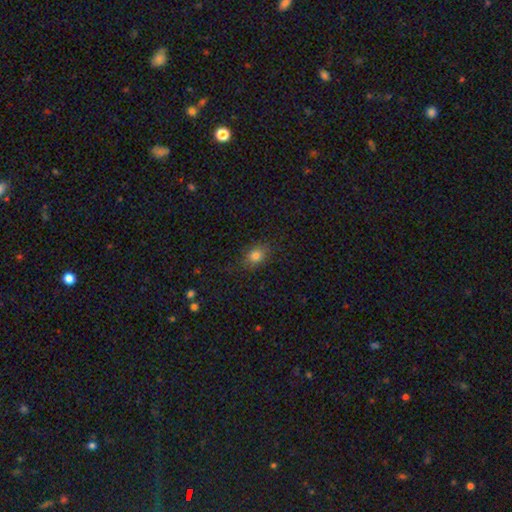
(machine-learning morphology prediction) type=smooth (79%); roundness=in between (53%); merging=none (79%).